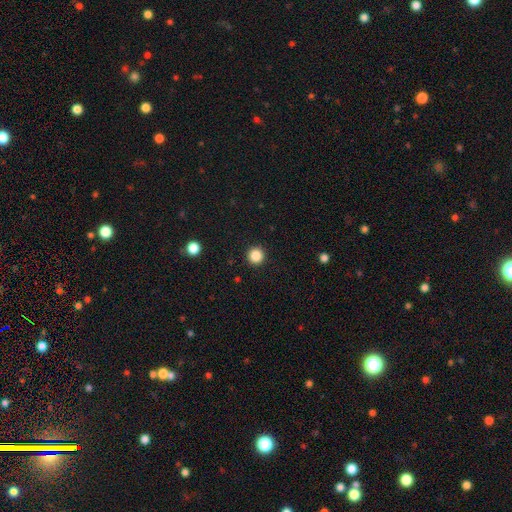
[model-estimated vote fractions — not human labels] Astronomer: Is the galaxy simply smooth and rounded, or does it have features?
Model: smooth — 86%.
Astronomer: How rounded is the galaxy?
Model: round — 96%.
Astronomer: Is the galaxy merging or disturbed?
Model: none — 93%.